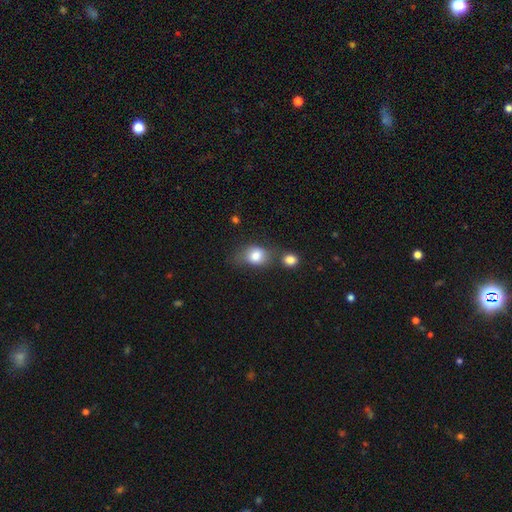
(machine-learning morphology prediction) A smooth galaxy with no disk features (81%) that is in between round and cigar-shaped (61%). Merging: none (48%).